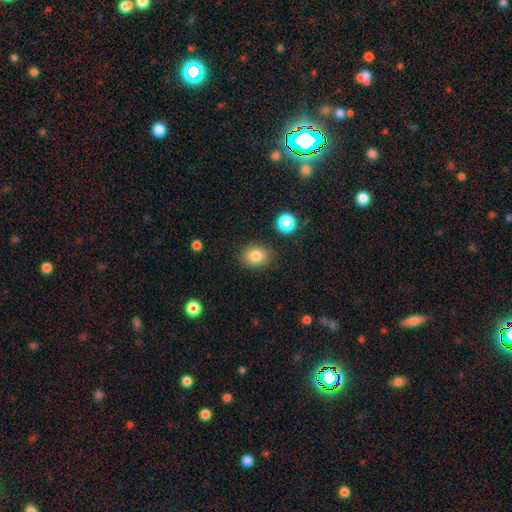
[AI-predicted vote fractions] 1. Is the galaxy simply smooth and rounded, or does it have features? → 83% smooth, 10% star or artifact, 7% featured or disk.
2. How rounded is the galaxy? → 51% in between, 48% round, 1% cigar-shaped.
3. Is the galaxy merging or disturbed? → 84% none, 10% minor disturbance, 3% major disturbance, 2% merger.